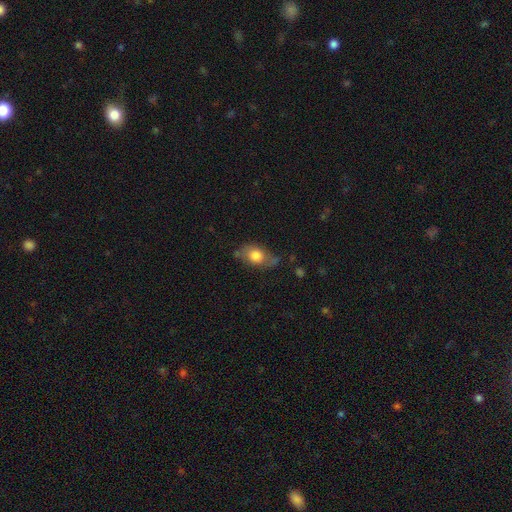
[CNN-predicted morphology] type=smooth (71%); roundness=in between (74%); merging=none (57%).